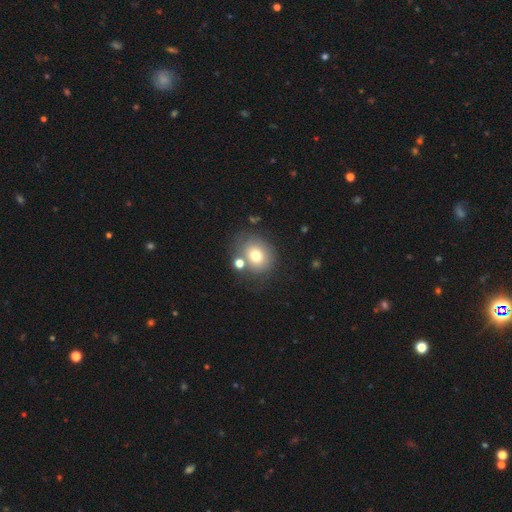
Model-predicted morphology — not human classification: This appears to be a smooth galaxy with no disk features (72%) that is round (72%). Merging: none (61%).